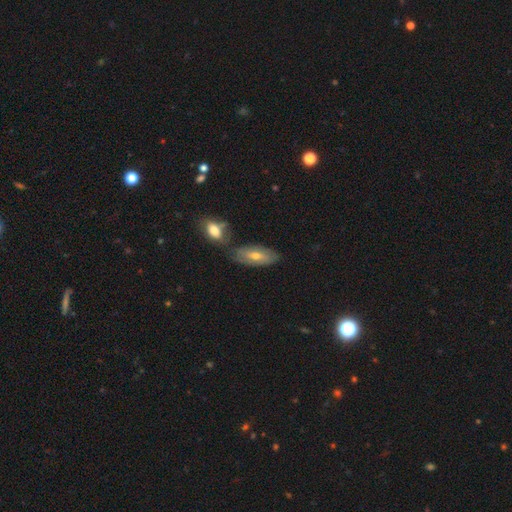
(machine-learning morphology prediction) The model was most divided on "smooth or featured": smooth: 48%, featured or disk: 44%, star or artifact: 8%. More confident: merging — none (67%).